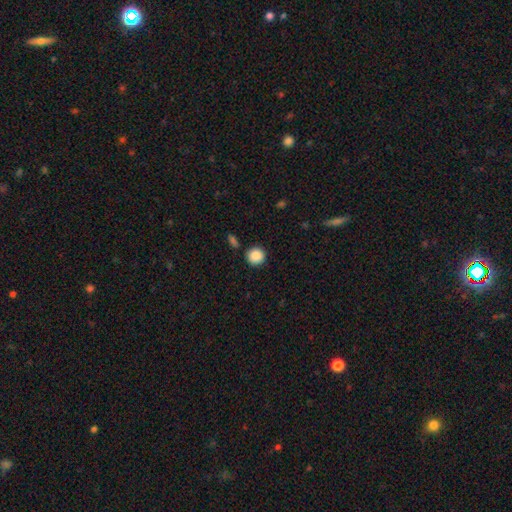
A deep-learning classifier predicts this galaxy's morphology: The model was most divided on "merging": none: 87%, minor disturbance: 7%, merger: 3%, major disturbance: 2%. More confident: how rounded — round (93%); smooth or featured — smooth (88%).